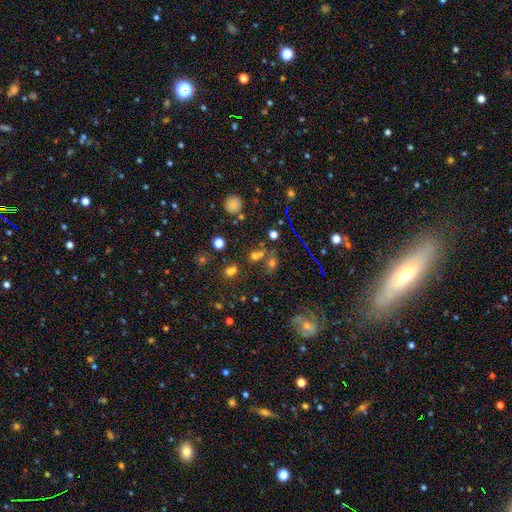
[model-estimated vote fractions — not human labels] Overall: smooth (55%; star or artifact 33%). How rounded: round (64%; in between 34%). Merging: none (54%; merger 29%).